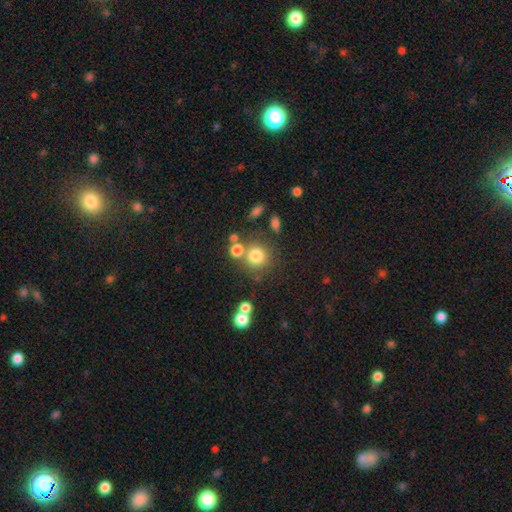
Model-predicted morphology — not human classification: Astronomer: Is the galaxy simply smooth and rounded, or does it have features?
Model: smooth — 77%.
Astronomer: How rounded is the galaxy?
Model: round — 89%.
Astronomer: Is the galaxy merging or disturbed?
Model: none — 69%.